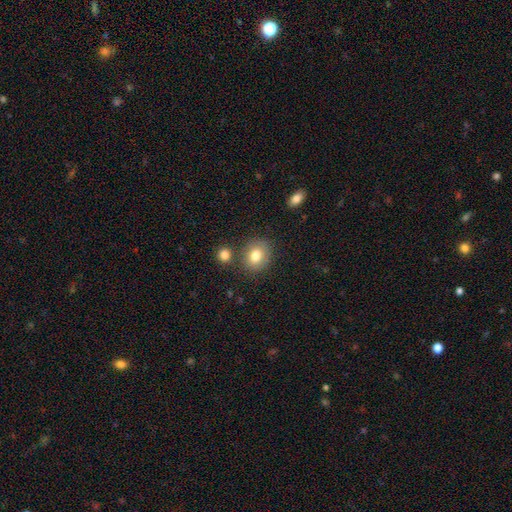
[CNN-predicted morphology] This is likely a smooth galaxy (80%). How rounded: likely round (63%). Merging: likely none (77%).